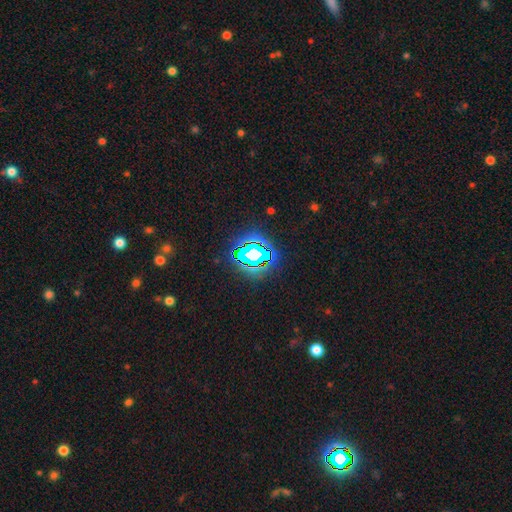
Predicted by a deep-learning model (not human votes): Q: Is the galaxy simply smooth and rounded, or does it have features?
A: star or artifact — 73%.